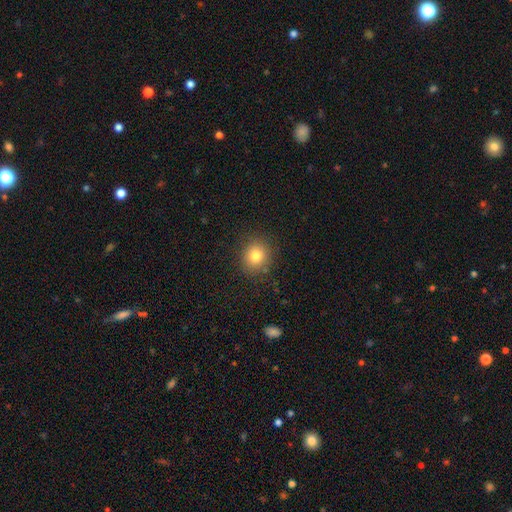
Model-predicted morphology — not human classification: This appears to be a smooth galaxy with no disk features (80%) that is round (84%). Merging: none (88%).